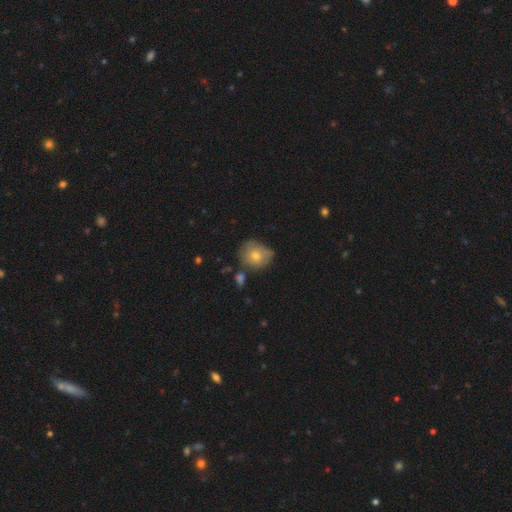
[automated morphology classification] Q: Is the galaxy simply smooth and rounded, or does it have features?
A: smooth — 65%.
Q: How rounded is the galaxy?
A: round — 73%.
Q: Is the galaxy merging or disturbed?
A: none — 58%.